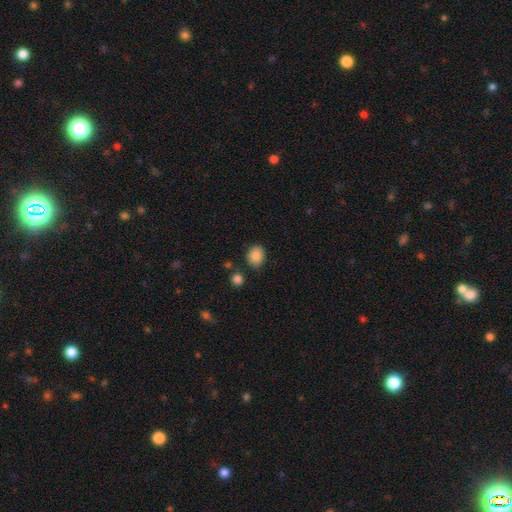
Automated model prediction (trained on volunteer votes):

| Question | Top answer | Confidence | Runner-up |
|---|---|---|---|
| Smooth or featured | smooth | 87% | star or artifact (9%) |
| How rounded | round | 51% | in between (48%) |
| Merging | none | 77% | minor disturbance (16%) |